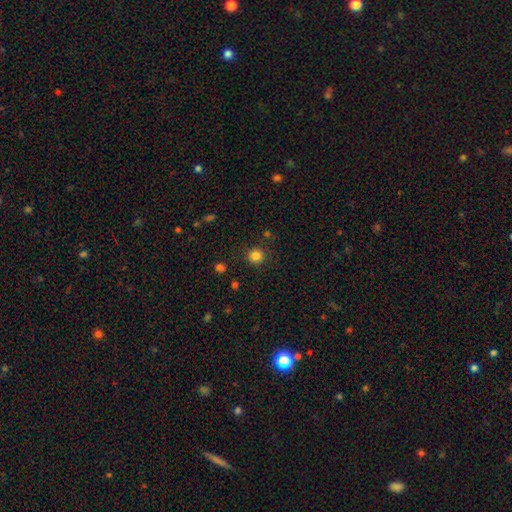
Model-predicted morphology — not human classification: smooth-or-featured: smooth: 83% | star or artifact: 13% | featured or disk: 4%
  how-rounded: round: 93% | in between: 6% | cigar-shaped: 1%
  merging: none: 89% | minor disturbance: 7% | major disturbance: 3% | merger: 2%